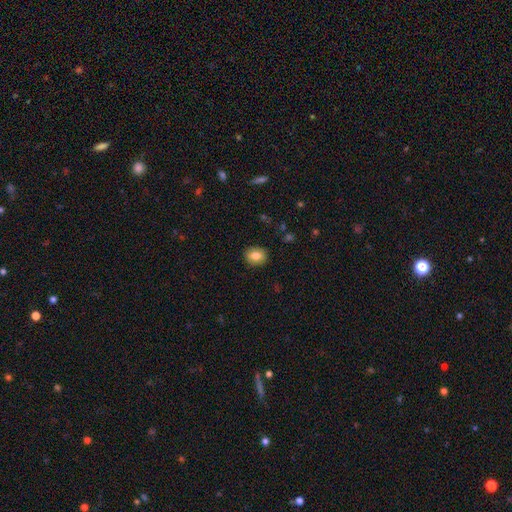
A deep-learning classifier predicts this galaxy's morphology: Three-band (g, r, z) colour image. It shows a smooth galaxy with no disk features (81%) that is round (57%). Merging: none (89%).